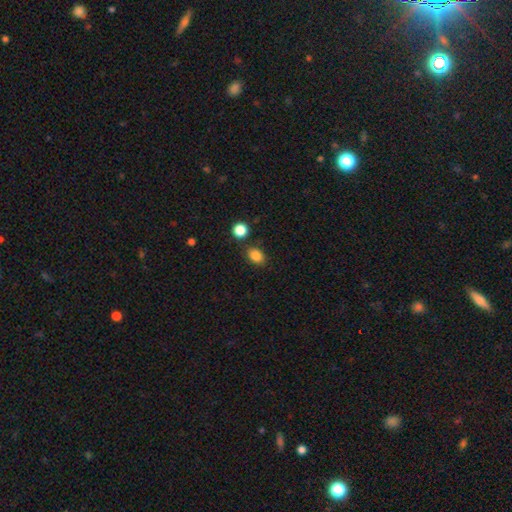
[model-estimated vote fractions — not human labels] Smooth or featured?
  - smooth: 85% *
  - star or artifact: 11%
  - featured or disk: 5%
How rounded?
  - in between: 66% *
  - round: 32%
  - cigar-shaped: 1%
Merging?
  - none: 79% *
  - minor disturbance: 11%
  - merger: 6%
  - major disturbance: 3%